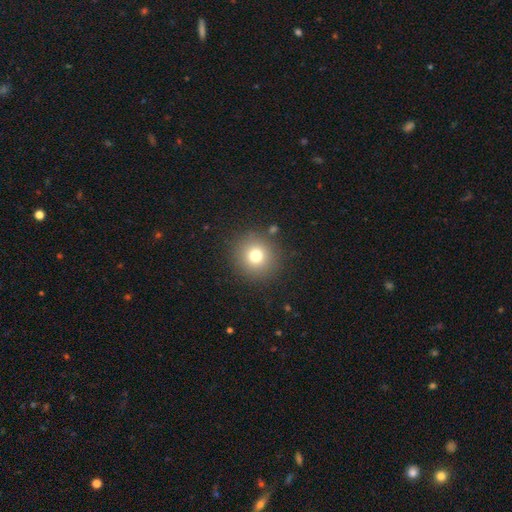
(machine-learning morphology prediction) A smooth galaxy with no disk features (75%) that is round (93%).

Vote fractions:
- Smooth or featured? smooth: 75% / star or artifact: 14% / featured or disk: 11%
- How rounded? round: 93% / in between: 6% / cigar-shaped: 1%
- Merging? none: 88% / minor disturbance: 7% / major disturbance: 3% / merger: 2%